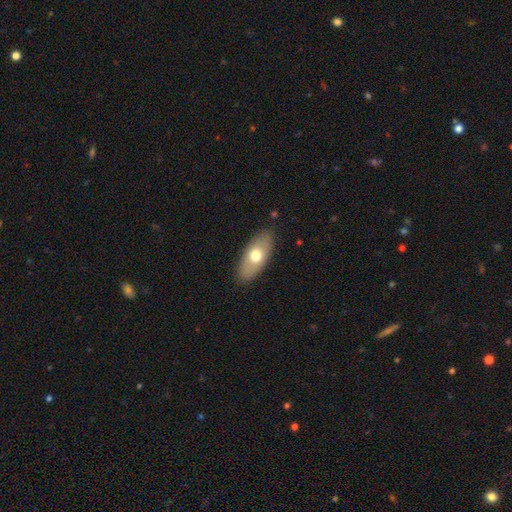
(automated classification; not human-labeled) smooth_or_featured: smooth (p=0.65) [alt: featured or disk p=0.29]
how_rounded: in between (p=0.86) [alt: cigar-shaped p=0.10]
merging: none (p=0.86) [alt: minor disturbance p=0.11]